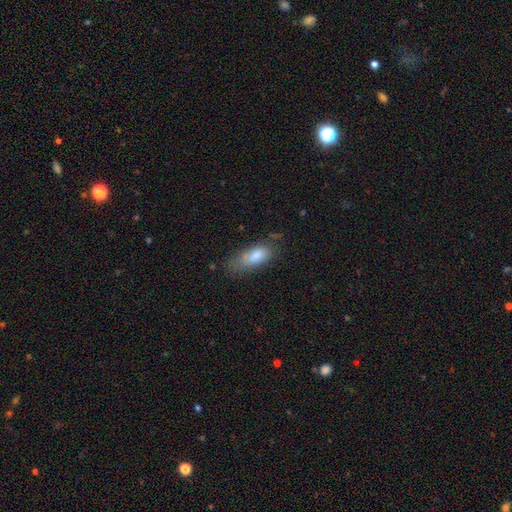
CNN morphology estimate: smooth-or-featured: smooth: 77% | featured or disk: 15% | star or artifact: 8%
  how-rounded: in between: 78% | cigar-shaped: 20% | round: 3%
  merging: none: 48% | minor disturbance: 31% | major disturbance: 16% | merger: 6%